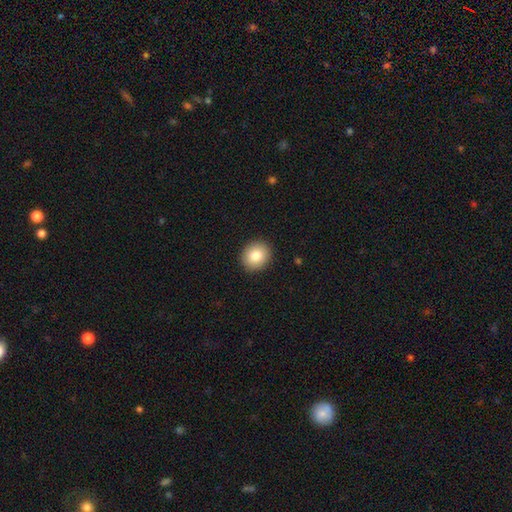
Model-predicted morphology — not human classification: smooth_or_featured: smooth (p=0.83) [alt: featured or disk p=0.09]
how_rounded: round (p=0.77) [alt: in between p=0.22]
merging: none (p=0.92) [alt: minor disturbance p=0.05]